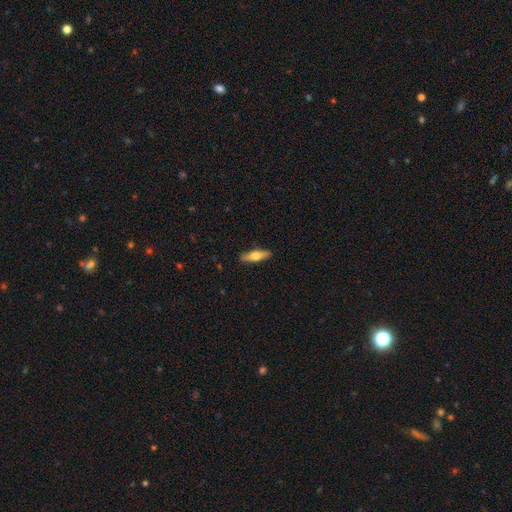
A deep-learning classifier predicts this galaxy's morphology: Q: Smooth or featured?
A: smooth (59%); runner-up: featured or disk (36%)
Q: How rounded?
A: cigar-shaped (60%); runner-up: in between (38%)
Q: Merging?
A: none (90%); runner-up: minor disturbance (8%)